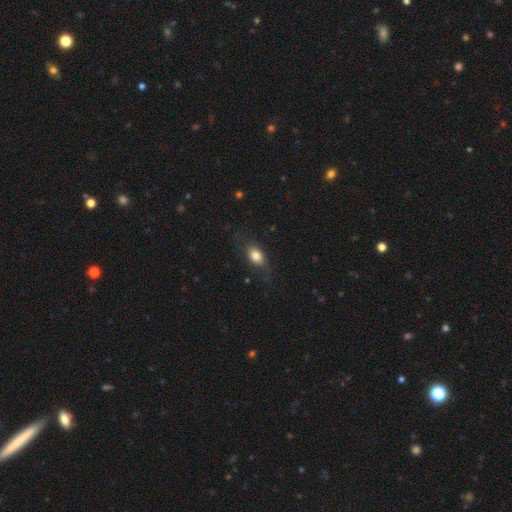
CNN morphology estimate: This appears to be a smooth galaxy with no disk features (78%) that is in between round and cigar-shaped (76%). Merging: none (70%).